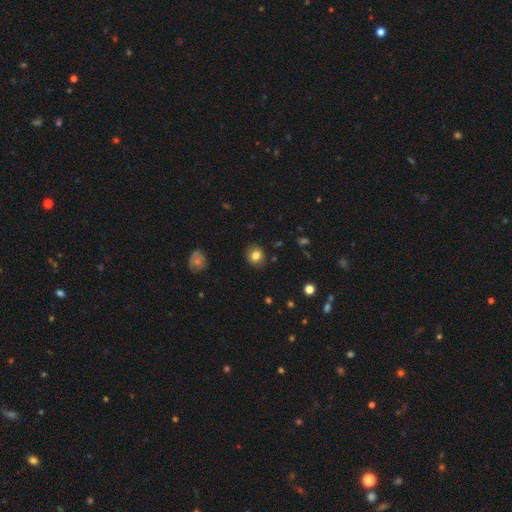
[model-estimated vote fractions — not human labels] Q: Smooth or featured?
A: smooth (82%); runner-up: star or artifact (10%)
Q: How rounded?
A: round (78%); runner-up: in between (21%)
Q: Merging?
A: none (86%); runner-up: minor disturbance (10%)